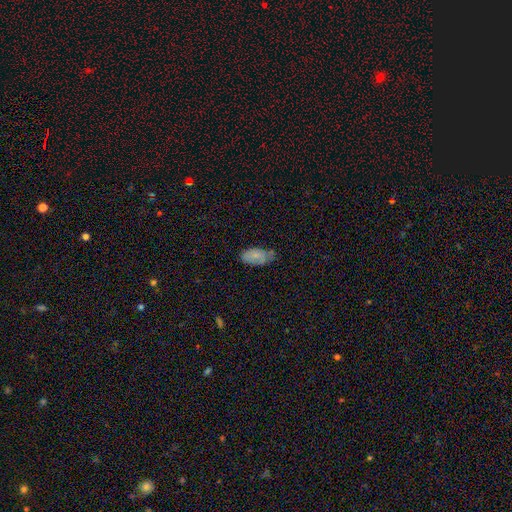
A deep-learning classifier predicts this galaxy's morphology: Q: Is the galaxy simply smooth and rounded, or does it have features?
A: smooth — 78%.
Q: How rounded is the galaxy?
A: in between — 93%.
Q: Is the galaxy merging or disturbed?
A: none — 55%.